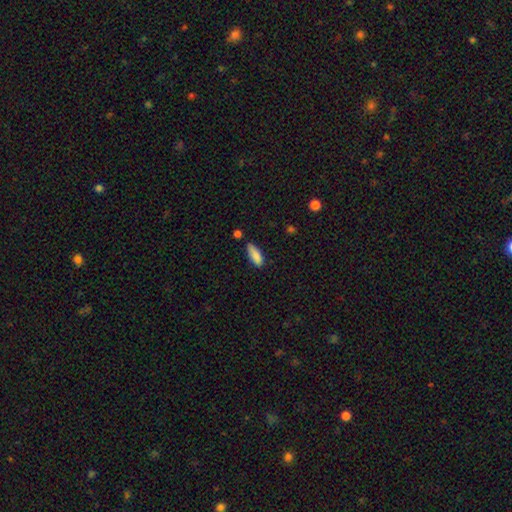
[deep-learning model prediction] smooth-or-featured: smooth: 87% | star or artifact: 7% | featured or disk: 6%
  how-rounded: in between: 68% | cigar-shaped: 30% | round: 2%
  merging: none: 64% | minor disturbance: 26% | merger: 6% | major disturbance: 5%